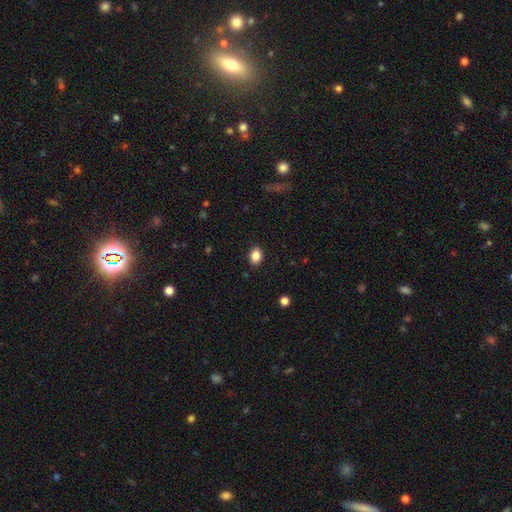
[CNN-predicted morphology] smooth-or-featured: smooth: 86% | star or artifact: 9% | featured or disk: 4%
  how-rounded: in between: 72% | round: 27% | cigar-shaped: 1%
  merging: none: 89% | minor disturbance: 8% | major disturbance: 2% | merger: 1%